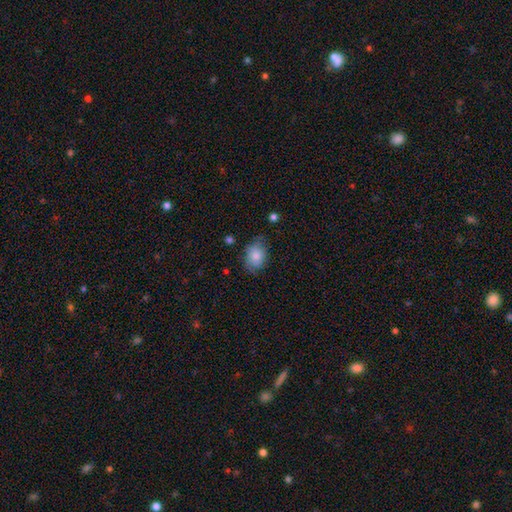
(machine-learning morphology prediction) This is likely a smooth galaxy (78%). How rounded: likely in between (77%). Merging: likely none (67%).